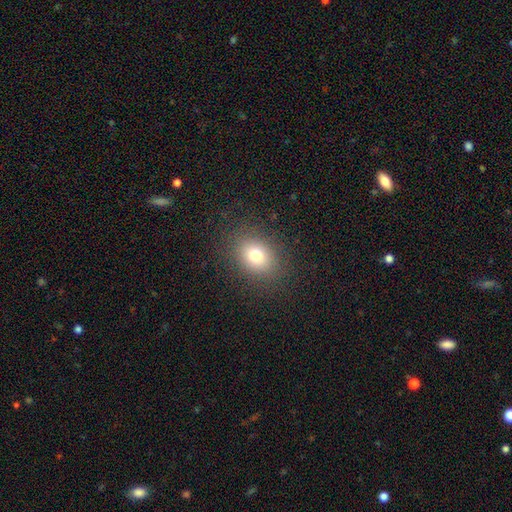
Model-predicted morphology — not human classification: Q: Smooth or featured?
A: smooth (75%); runner-up: star or artifact (14%)
Q: How rounded?
A: round (51%); runner-up: in between (48%)
Q: Merging?
A: none (86%); runner-up: minor disturbance (8%)